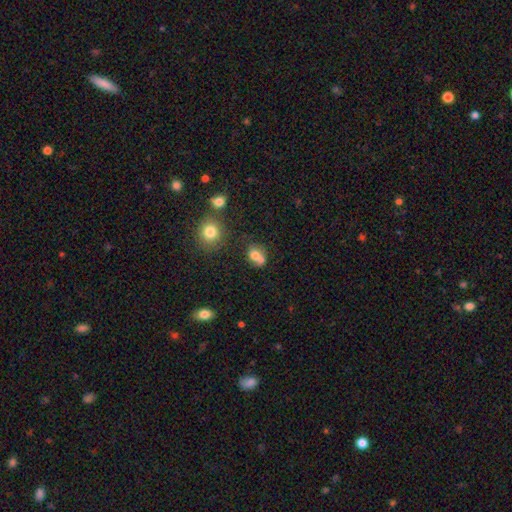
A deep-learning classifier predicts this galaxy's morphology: Smooth or featured? Predicted: smooth (p=0.73). How rounded? Predicted: round (p=0.56). Merging? Predicted: merger (p=0.50).